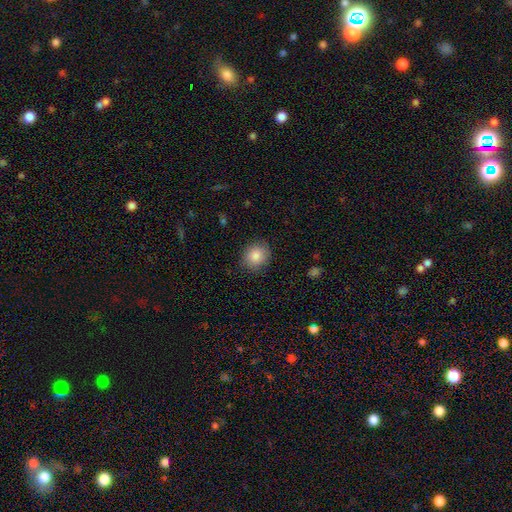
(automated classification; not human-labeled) This is clearly a smooth galaxy (86%). How rounded: likely round (71%). Merging: clearly none (86%).